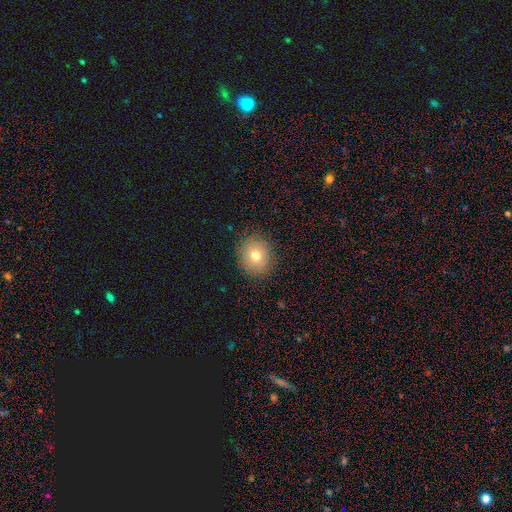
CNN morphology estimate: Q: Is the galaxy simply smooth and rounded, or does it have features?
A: smooth — 73%.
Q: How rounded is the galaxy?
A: round — 73%.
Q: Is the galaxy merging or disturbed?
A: none — 88%.